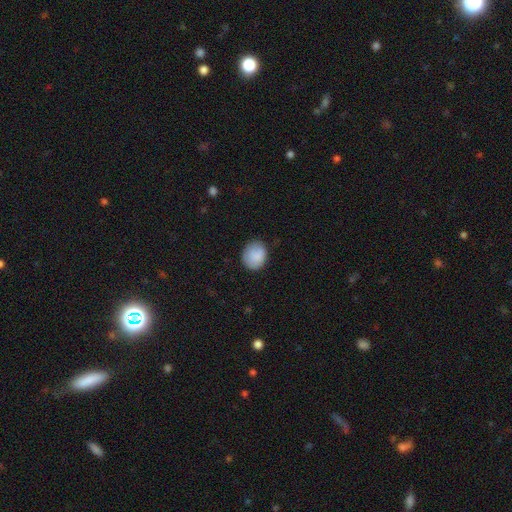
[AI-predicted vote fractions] Overall: smooth (88%). How rounded: round (64%; in between 35%). Merging: none (80%).